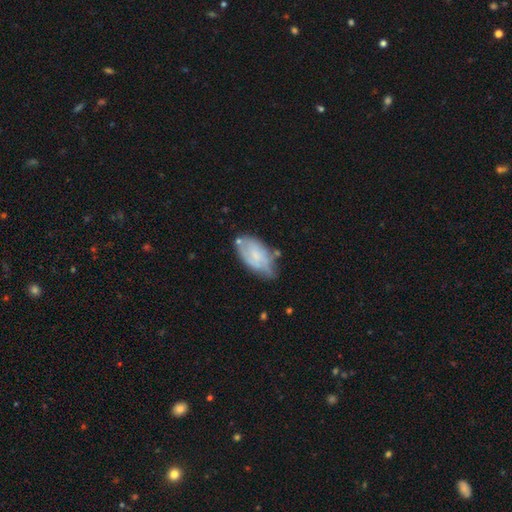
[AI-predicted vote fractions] smooth_or_featured: smooth (p=0.50) [alt: featured or disk p=0.43]
merging: none (p=0.46) [alt: minor disturbance p=0.36]